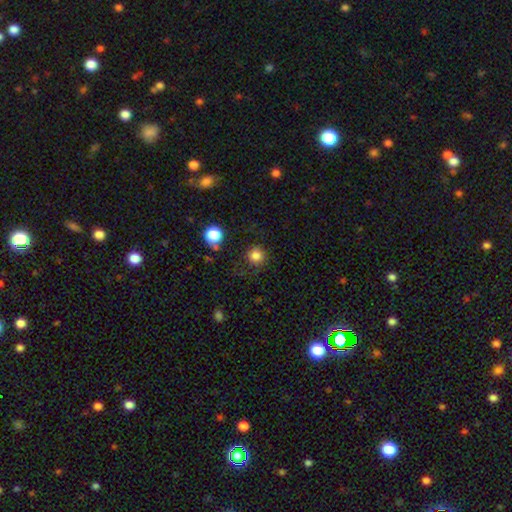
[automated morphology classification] Smooth or featured: smooth — 84% (star or artifact — 12%)
How rounded: round — 93% (in between — 6%)
Merging: none — 81% (minor disturbance — 11%)